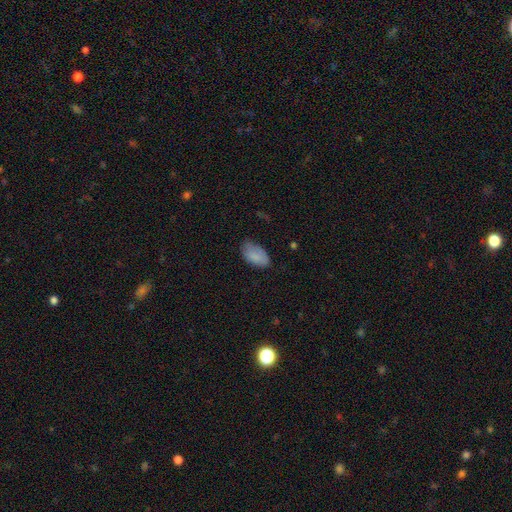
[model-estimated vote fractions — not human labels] A smooth galaxy with no disk features (85%) that is in between round and cigar-shaped (95%).

Vote fractions:
- Smooth or featured? smooth: 85% / featured or disk: 8% / star or artifact: 7%
- How rounded? in between: 95% / round: 4% / cigar-shaped: 2%
- Merging? none: 63% / minor disturbance: 29% / major disturbance: 7% / merger: 1%